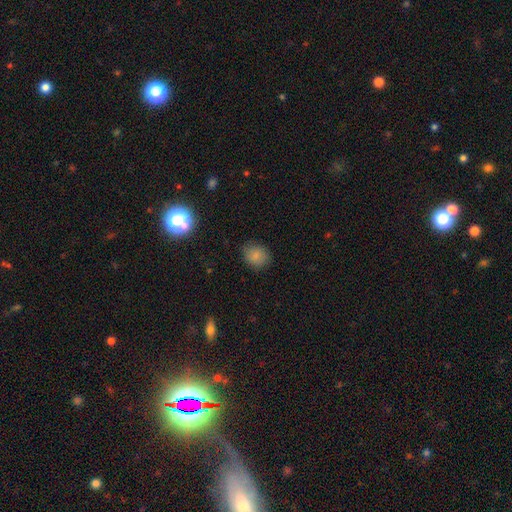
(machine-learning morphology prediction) The model was most divided on "how rounded": round: 66%, in between: 33%, cigar-shaped: 1%. More confident: merging — none (83%); smooth or featured — smooth (83%).